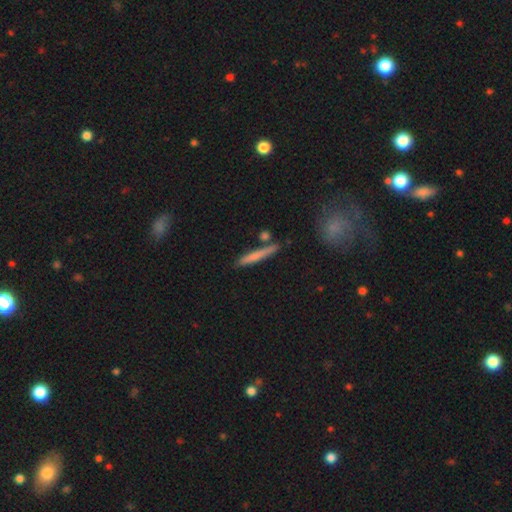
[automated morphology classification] This is likely a smooth galaxy (67%). How rounded: clearly cigar-shaped (94%). Merging: likely none (79%).